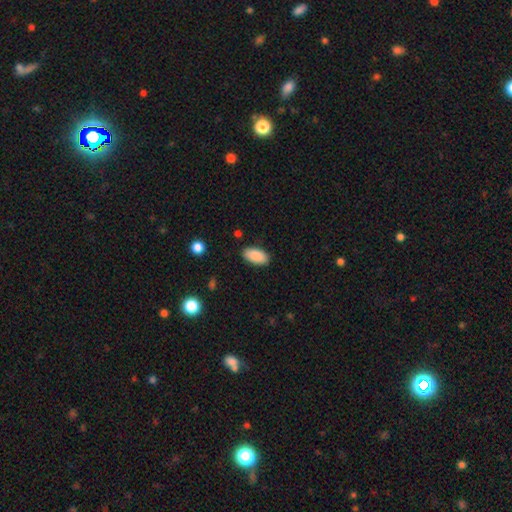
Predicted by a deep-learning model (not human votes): Overall: smooth (89%). How rounded: in between (94%). Merging: none (86%).